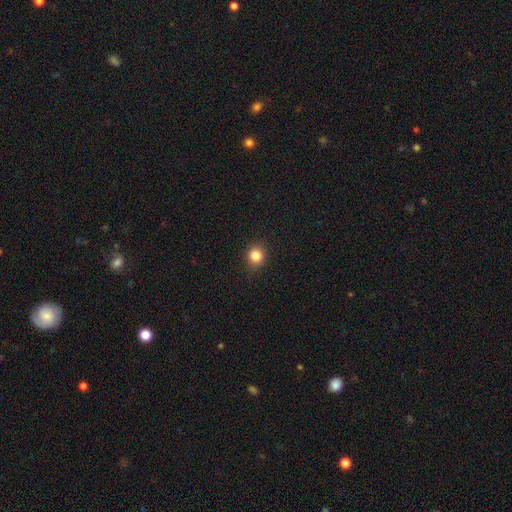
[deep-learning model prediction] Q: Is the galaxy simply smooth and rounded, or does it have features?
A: smooth — 84%.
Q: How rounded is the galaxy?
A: round — 85%.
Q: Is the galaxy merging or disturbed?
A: none — 90%.